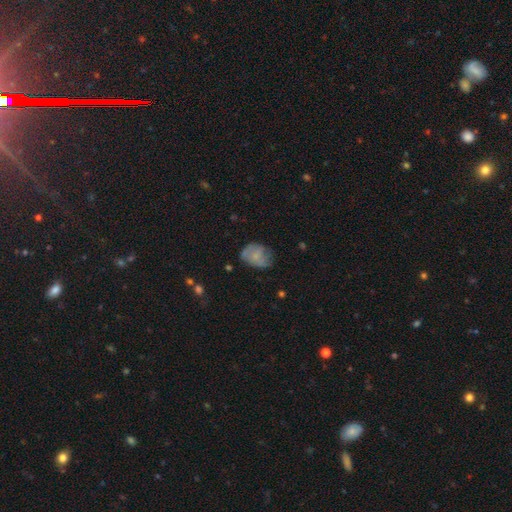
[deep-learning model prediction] smooth-or-featured: smooth: 57% | featured or disk: 34% | star or artifact: 9%
  how-rounded: in between: 65% | round: 33% | cigar-shaped: 1%
  merging: none: 50% | minor disturbance: 32% | major disturbance: 16% | merger: 2%